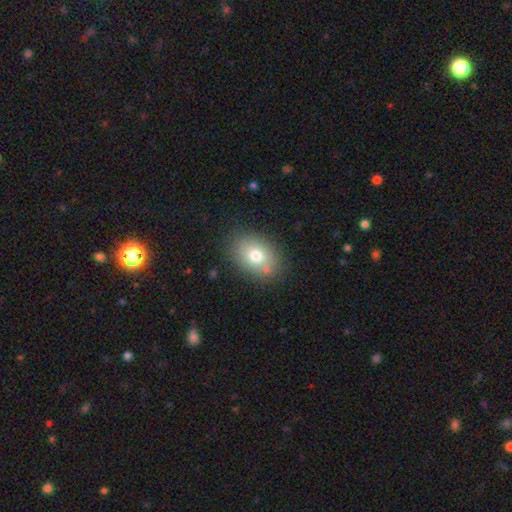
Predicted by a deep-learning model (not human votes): A smooth galaxy with no disk features (75%) that is in between round and cigar-shaped (77%).

Vote fractions:
- Smooth or featured? smooth: 75% / featured or disk: 16% / star or artifact: 10%
- How rounded? in between: 77% / round: 22% / cigar-shaped: 1%
- Merging? none: 83% / minor disturbance: 12% / major disturbance: 3% / merger: 2%